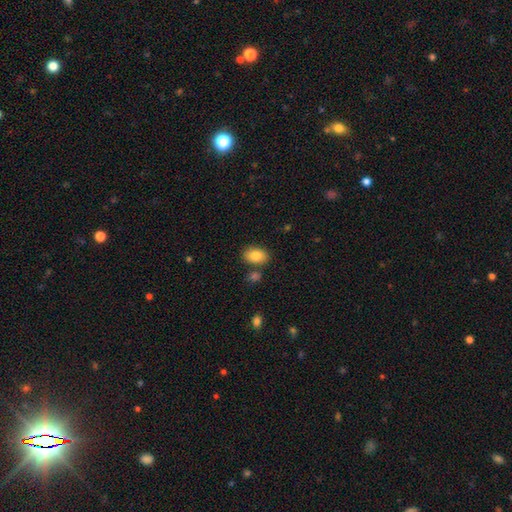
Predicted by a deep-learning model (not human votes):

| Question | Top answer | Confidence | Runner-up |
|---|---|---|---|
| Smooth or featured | smooth | 85% | featured or disk (8%) |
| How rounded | in between | 86% | round (13%) |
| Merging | none | 79% | minor disturbance (11%) |